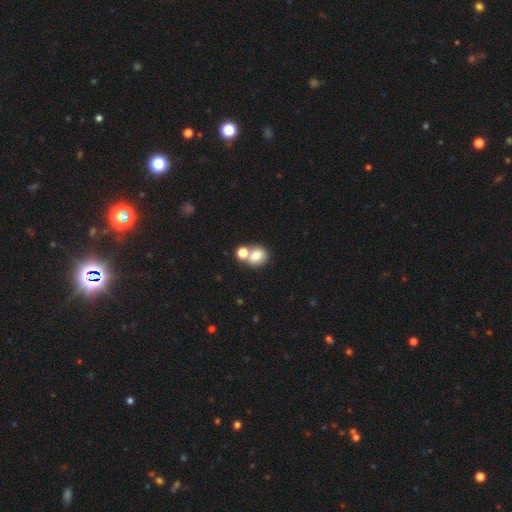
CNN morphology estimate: smooth 78%, featured or disk 11%, star or artifact 11%. Down the decision tree: how rounded — round (59%); merging — merger (45%).